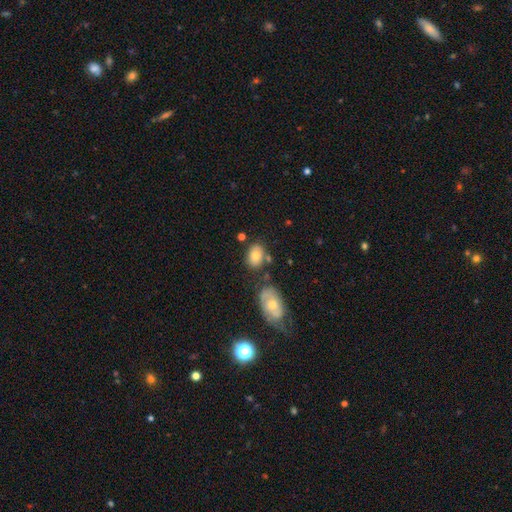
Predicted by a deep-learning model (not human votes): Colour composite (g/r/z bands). It shows a smooth galaxy with no disk features (75%) that is in between round and cigar-shaped (80%). Merging: none (65%).